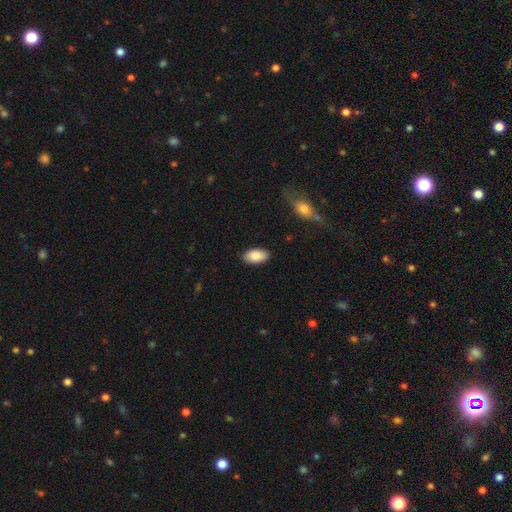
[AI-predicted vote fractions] Smooth or featured? Predicted: smooth (p=0.89). How rounded? Predicted: in between (p=0.95). Merging? Predicted: none (p=0.87).